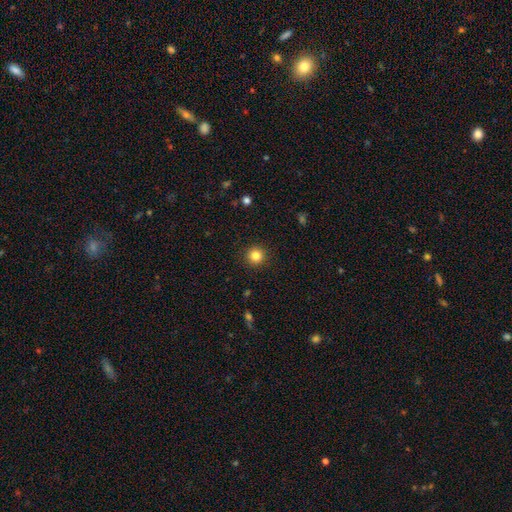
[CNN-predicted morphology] A smooth galaxy with no disk features (83%) that is round (95%).

Vote fractions:
- Smooth or featured? smooth: 83% / star or artifact: 12% / featured or disk: 5%
- How rounded? round: 95% / in between: 4% / cigar-shaped: 1%
- Merging? none: 92% / minor disturbance: 5% / major disturbance: 2% / merger: 1%